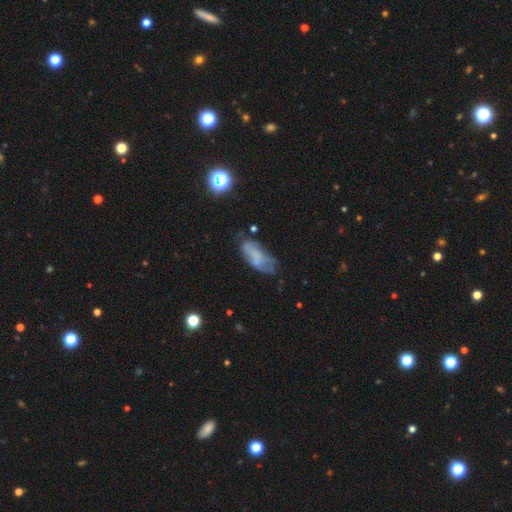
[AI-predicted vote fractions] Smooth or featured? Predicted: smooth (p=0.58). How rounded? Predicted: in between (p=0.82). Merging? Predicted: none (p=0.52).